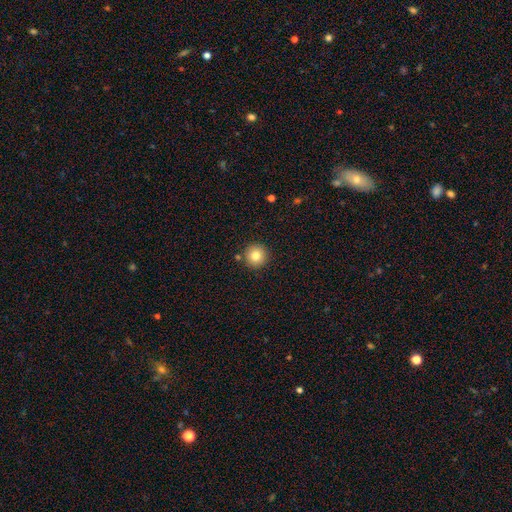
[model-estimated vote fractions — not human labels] Q: Smooth or featured?
A: smooth (81%); runner-up: star or artifact (11%)
Q: How rounded?
A: round (96%); runner-up: in between (3%)
Q: Merging?
A: none (88%); runner-up: minor disturbance (6%)